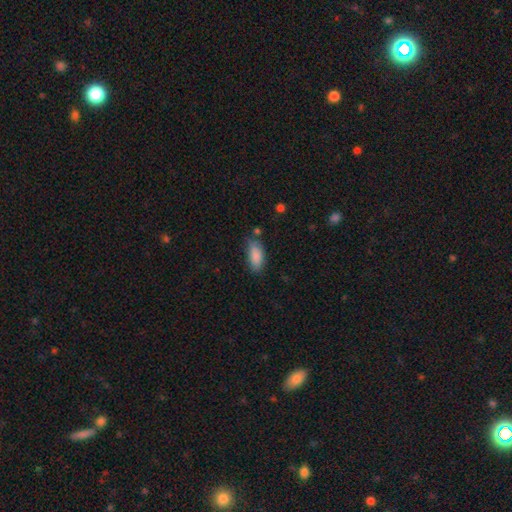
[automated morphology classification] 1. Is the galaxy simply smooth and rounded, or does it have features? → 87% smooth, 7% star or artifact, 6% featured or disk.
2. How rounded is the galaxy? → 86% in between, 12% cigar-shaped, 2% round.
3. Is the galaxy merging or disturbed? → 70% none, 21% minor disturbance, 5% major disturbance, 4% merger.